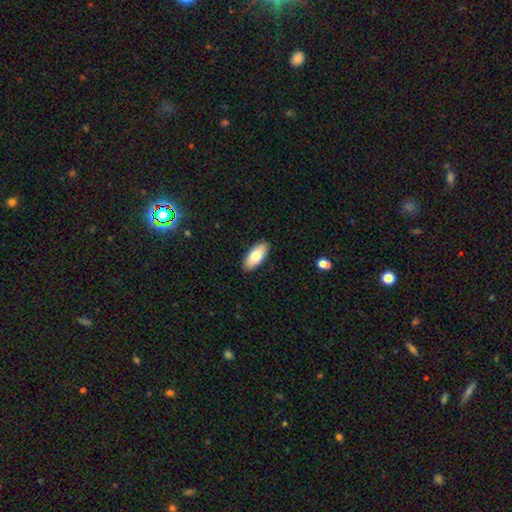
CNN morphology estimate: Overall: smooth (75%). How rounded: in between (88%). Merging: none (90%).